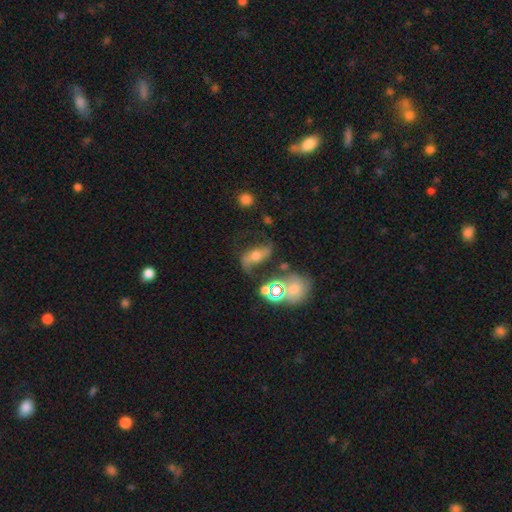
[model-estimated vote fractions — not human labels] A featured or disk galaxy (56%).

Vote fractions:
- Smooth or featured? featured or disk: 56% / smooth: 28% / star or artifact: 16%
- Edge-on disk? no: 87% / yes: 13%
- Merging? none: 55% / minor disturbance: 21% / major disturbance: 15% / merger: 9%